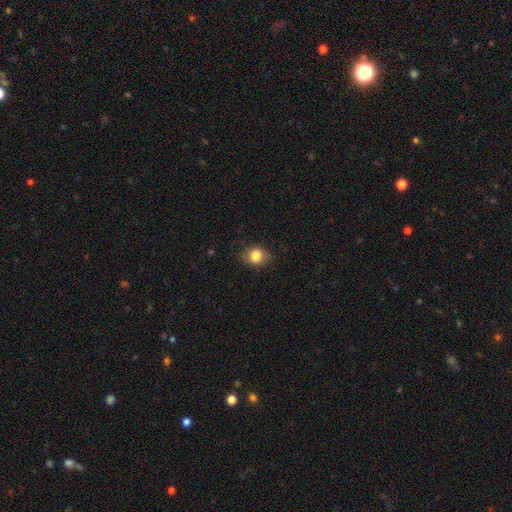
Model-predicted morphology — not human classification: This appears to be a smooth galaxy with no disk features (83%) that is round (59%). Merging: none (78%).